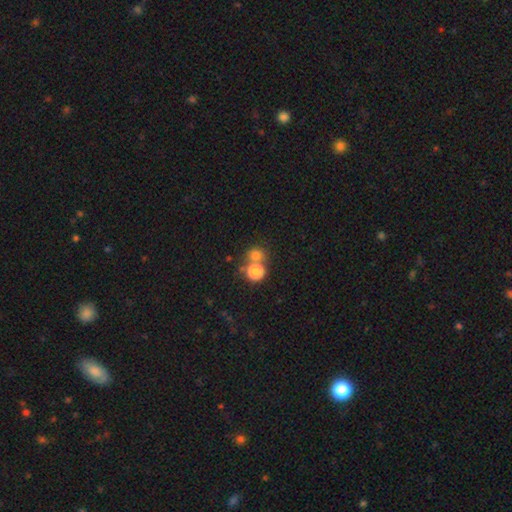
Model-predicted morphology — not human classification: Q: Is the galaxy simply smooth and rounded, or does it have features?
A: smooth — 75%.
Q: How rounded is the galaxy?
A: round — 83%.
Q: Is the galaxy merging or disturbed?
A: none — 51%.